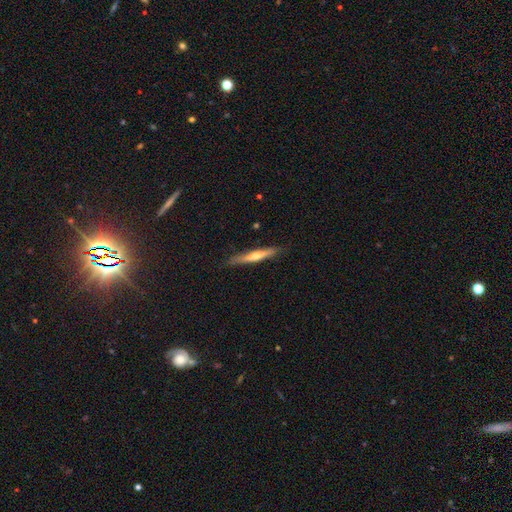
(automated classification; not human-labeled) Overall: featured or disk (55%; smooth 39%). Edge-on disk: yes (95%). Edge-on bulge: rounded (79%). Merging: none (87%).